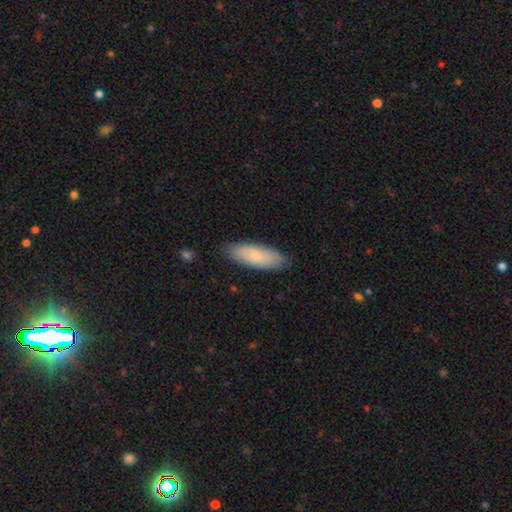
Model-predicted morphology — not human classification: type=smooth (75%); roundness=in between (63%); merging=none (82%).